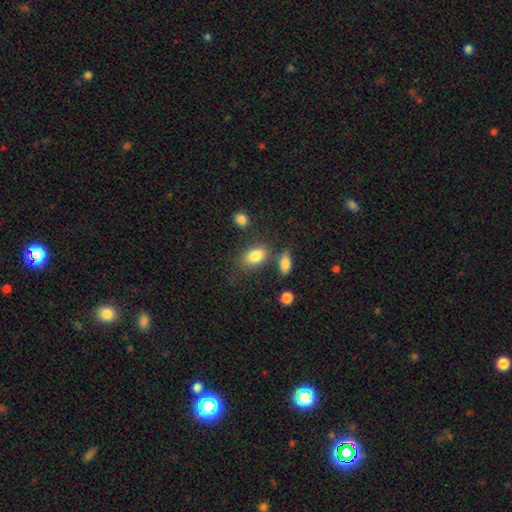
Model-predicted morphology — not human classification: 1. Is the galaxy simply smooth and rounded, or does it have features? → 83% smooth, 9% featured or disk, 8% star or artifact.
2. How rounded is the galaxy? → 85% in between, 13% round, 2% cigar-shaped.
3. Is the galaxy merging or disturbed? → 64% none, 16% minor disturbance, 13% merger, 6% major disturbance.